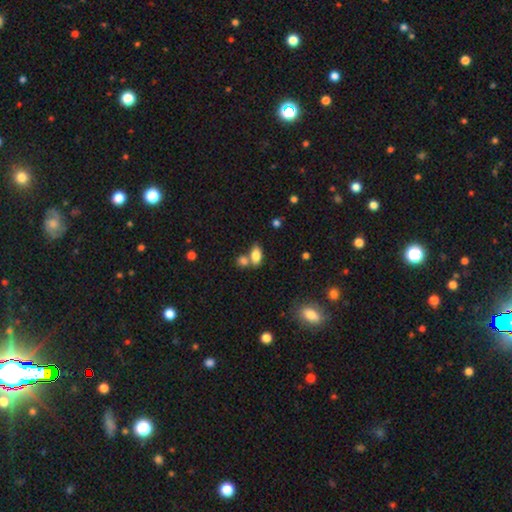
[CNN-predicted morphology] Smooth or featured?
  - smooth: 82% *
  - featured or disk: 9%
  - star or artifact: 9%
How rounded?
  - in between: 88% *
  - round: 7%
  - cigar-shaped: 5%
Merging?
  - none: 48% *
  - merger: 36%
  - minor disturbance: 12%
  - major disturbance: 4%